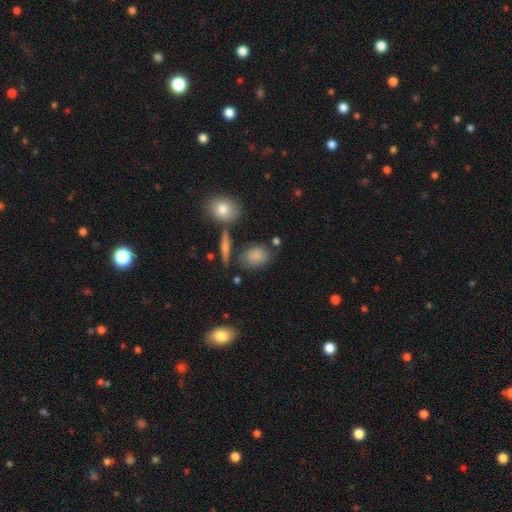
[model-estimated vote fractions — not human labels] Q: Smooth or featured?
A: smooth (80%); runner-up: featured or disk (11%)
Q: How rounded?
A: in between (65%); runner-up: round (32%)
Q: Merging?
A: none (67%); runner-up: minor disturbance (18%)